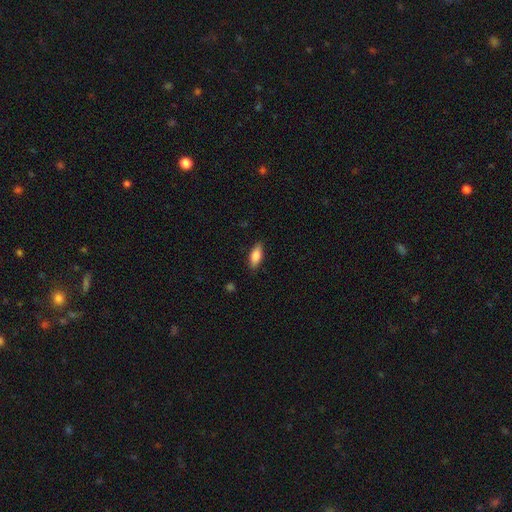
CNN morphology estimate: smooth 84%, featured or disk 10%, star or artifact 7%. Down the decision tree: how rounded — in between (82%); merging — none (85%).